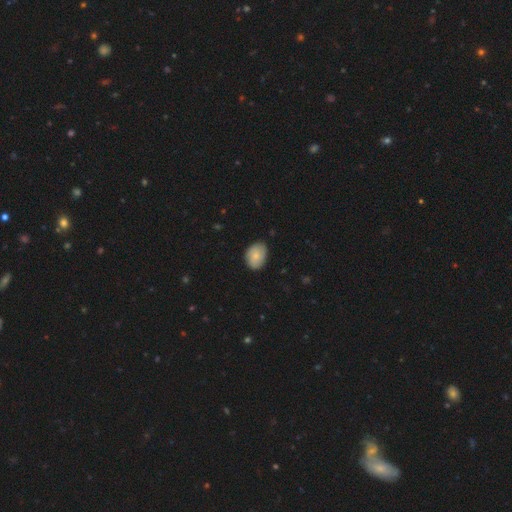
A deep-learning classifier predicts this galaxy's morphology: Smooth or featured?
  - smooth: 77% *
  - featured or disk: 16%
  - star or artifact: 7%
How rounded?
  - in between: 74% *
  - round: 25%
  - cigar-shaped: 1%
Merging?
  - none: 74% *
  - minor disturbance: 21%
  - major disturbance: 3%
  - merger: 1%